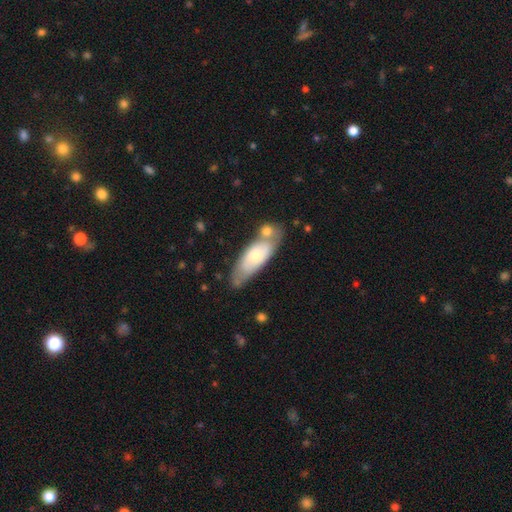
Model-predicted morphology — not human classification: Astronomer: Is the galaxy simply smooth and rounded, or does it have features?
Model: smooth — 57% (runner-up: featured or disk, 38%).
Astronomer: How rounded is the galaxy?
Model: in between — 65%.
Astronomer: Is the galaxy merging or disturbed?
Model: none — 49% (runner-up: merger, 26%).